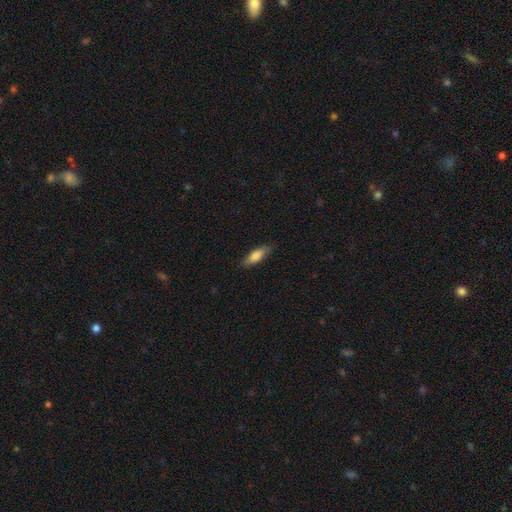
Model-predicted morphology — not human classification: type=smooth (78%); roundness=in between (53%); merging=none (84%).